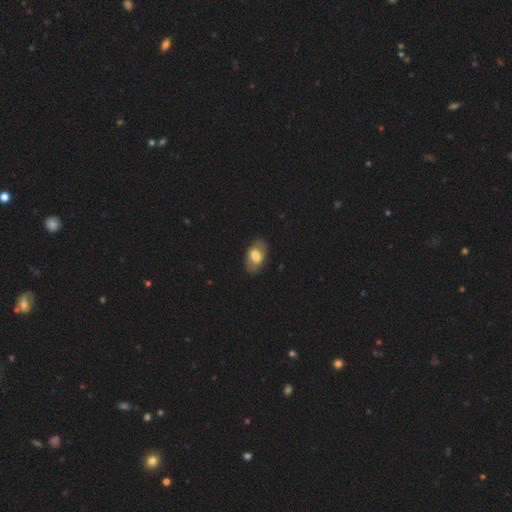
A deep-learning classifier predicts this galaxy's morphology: Smooth or featured?
  - smooth: 62% *
  - featured or disk: 31%
  - star or artifact: 7%
How rounded?
  - in between: 91% *
  - round: 7%
  - cigar-shaped: 2%
Merging?
  - none: 80% *
  - minor disturbance: 14%
  - major disturbance: 4%
  - merger: 1%